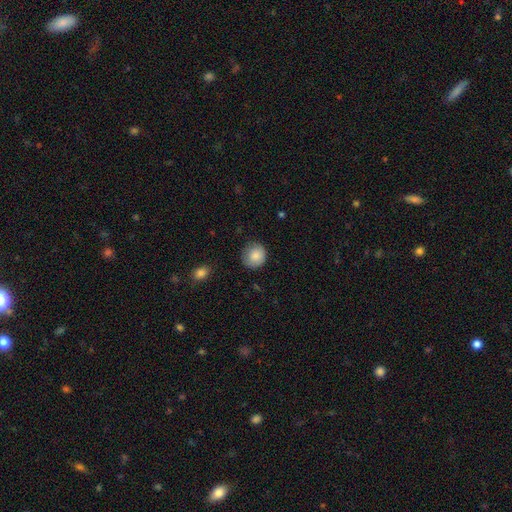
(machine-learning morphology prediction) smooth_or_featured: smooth (p=0.86) [alt: star or artifact p=0.08]
how_rounded: round (p=0.87) [alt: in between p=0.12]
merging: none (p=0.79) [alt: minor disturbance p=0.16]